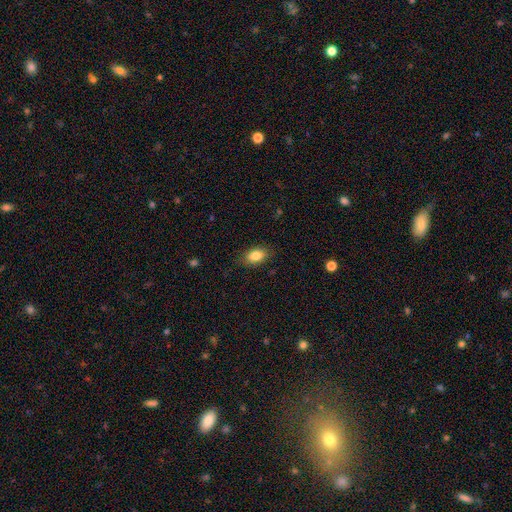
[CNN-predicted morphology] A smooth galaxy with no disk features (84%) that is in between round and cigar-shaped (88%). Merging: none (83%).